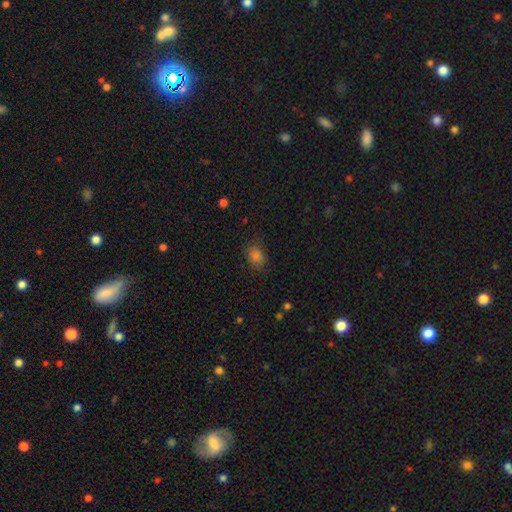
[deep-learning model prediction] A smooth galaxy with no disk features (79%) that is in between round and cigar-shaped (64%).

Vote fractions:
- Smooth or featured? smooth: 79% / star or artifact: 16% / featured or disk: 5%
- How rounded? in between: 64% / round: 35% / cigar-shaped: 1%
- Merging? none: 81% / minor disturbance: 14% / major disturbance: 4% / merger: 1%